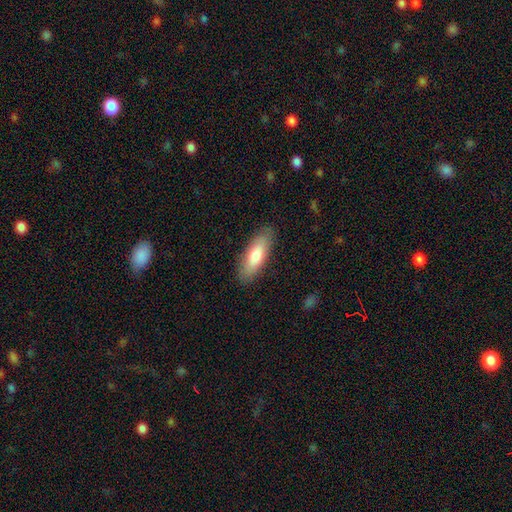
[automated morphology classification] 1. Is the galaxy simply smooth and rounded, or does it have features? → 78% smooth, 17% featured or disk, 5% star or artifact.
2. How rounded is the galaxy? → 62% in between, 37% cigar-shaped, 2% round.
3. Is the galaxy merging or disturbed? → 87% none, 10% minor disturbance, 2% major disturbance, 1% merger.